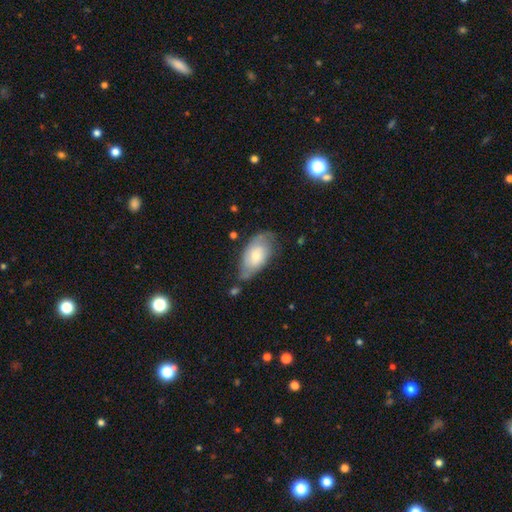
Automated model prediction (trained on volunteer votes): Overall: smooth (59%; featured or disk 35%). How rounded: in between (92%). Merging: none (55%; minor disturbance 32%).